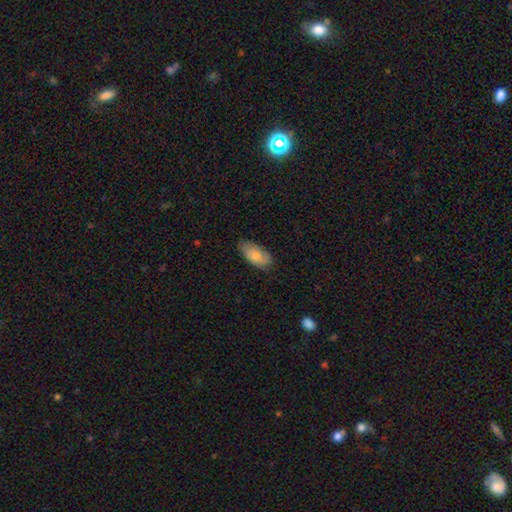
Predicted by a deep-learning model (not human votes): smooth_or_featured: smooth (p=0.75) [alt: featured or disk p=0.19]
how_rounded: in between (p=0.93) [alt: cigar-shaped p=0.04]
merging: none (p=0.70) [alt: minor disturbance p=0.25]